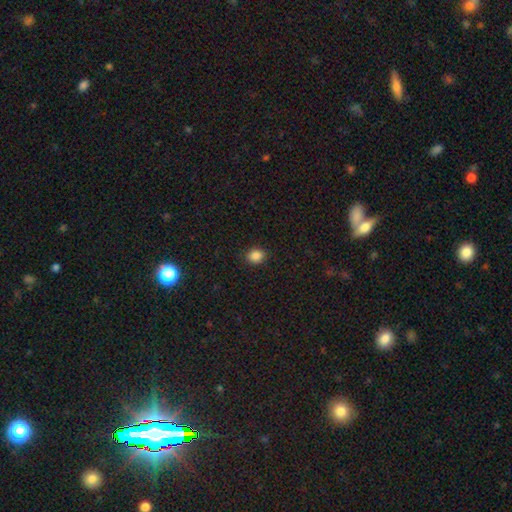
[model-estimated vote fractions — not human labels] smooth-or-featured: smooth: 86% | star or artifact: 11% | featured or disk: 3%
  how-rounded: round: 67% | in between: 32% | cigar-shaped: 1%
  merging: none: 89% | minor disturbance: 8% | major disturbance: 2% | merger: 1%